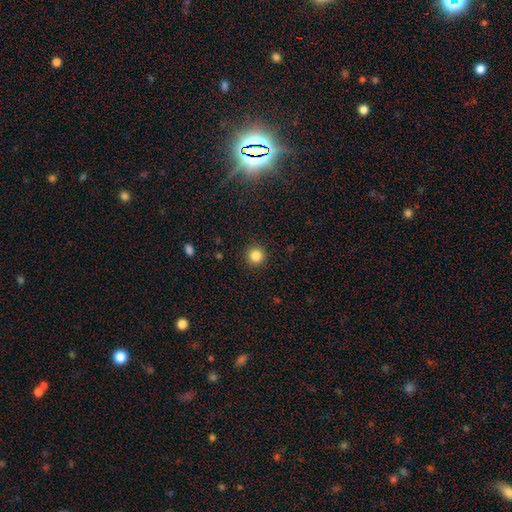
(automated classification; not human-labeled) Smooth or featured?
  - smooth: 84% *
  - star or artifact: 11%
  - featured or disk: 5%
How rounded?
  - round: 95% *
  - in between: 4%
  - cigar-shaped: 1%
Merging?
  - none: 92% *
  - minor disturbance: 5%
  - major disturbance: 2%
  - merger: 1%